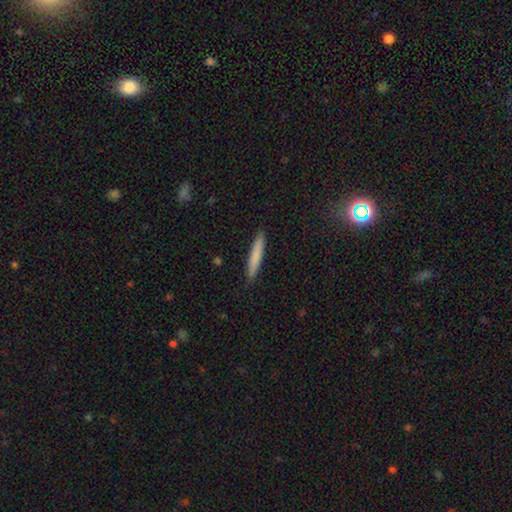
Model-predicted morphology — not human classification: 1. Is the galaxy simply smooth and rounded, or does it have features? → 79% smooth, 15% featured or disk, 6% star or artifact.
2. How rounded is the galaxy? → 94% cigar-shaped, 5% in between, 1% round.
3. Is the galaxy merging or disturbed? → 91% none, 7% minor disturbance, 1% major disturbance, 1% merger.